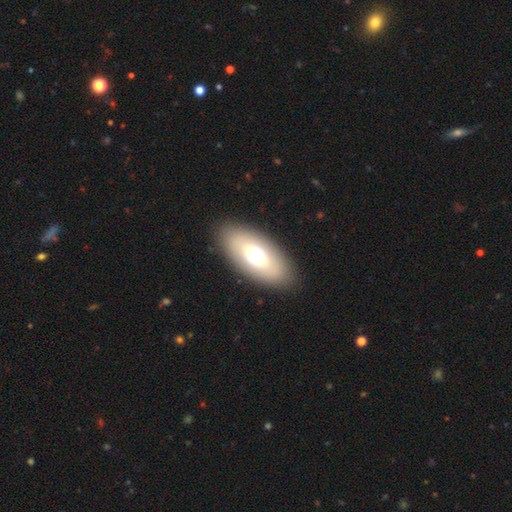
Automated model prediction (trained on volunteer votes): A smooth galaxy with no disk features (62%) that is in between round and cigar-shaped (89%). Merging: none (88%).